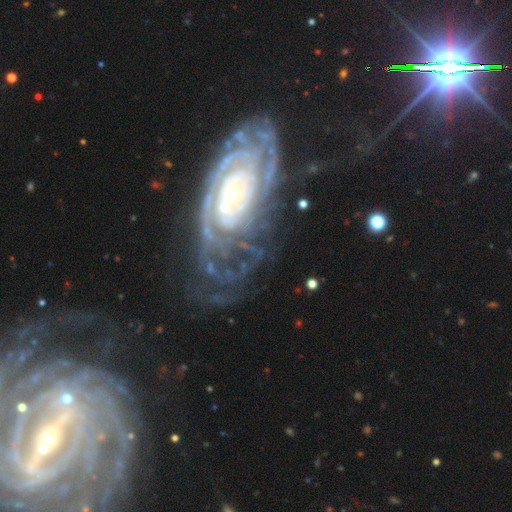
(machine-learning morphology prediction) A featured or disk galaxy (87%) with no bar (58%), tight (81%) spiral arms (97%) and a small central bulge (67%). Merging: none (65%).